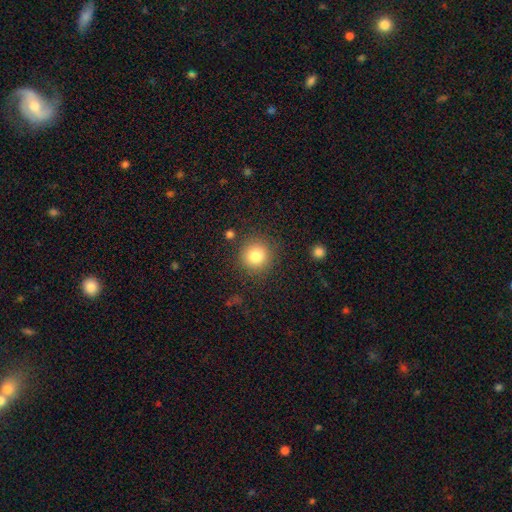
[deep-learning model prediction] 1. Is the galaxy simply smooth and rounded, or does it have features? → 83% smooth, 10% star or artifact, 7% featured or disk.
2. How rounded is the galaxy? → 93% round, 6% in between, 1% cigar-shaped.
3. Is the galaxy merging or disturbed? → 85% none, 9% minor disturbance, 4% major disturbance, 2% merger.